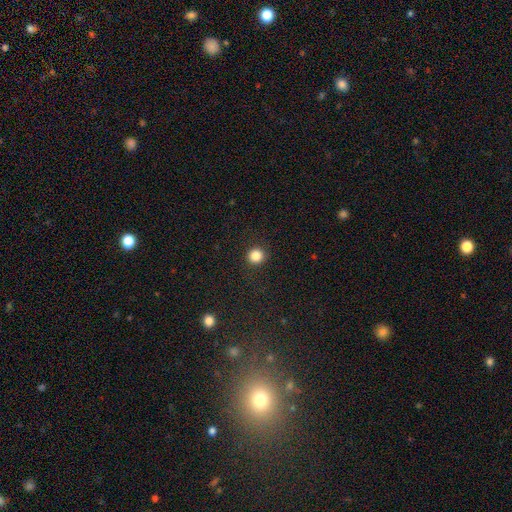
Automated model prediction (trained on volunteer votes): smooth 84%, star or artifact 12%, featured or disk 4%. Down the decision tree: how rounded — round (92%); merging — none (90%).